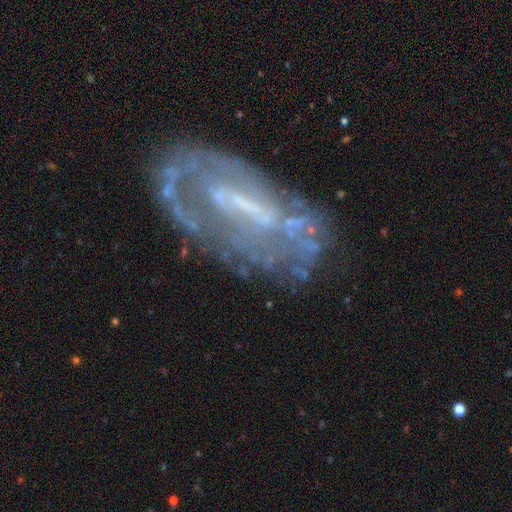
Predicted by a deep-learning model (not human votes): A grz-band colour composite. It shows a featured or disk galaxy (75%) with a weak bar (37%), no spiral arms (53%) and no central bulge (39%). Merging: none (55%).